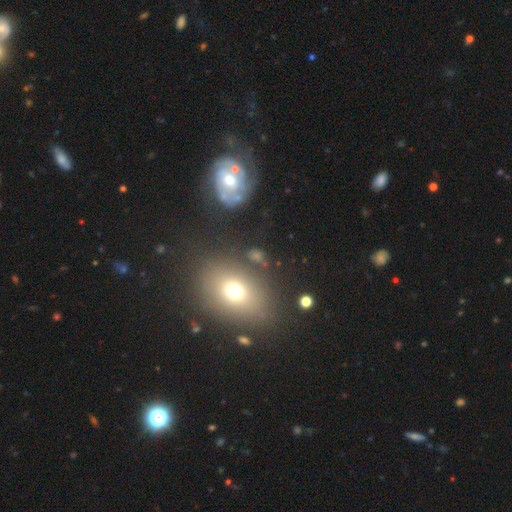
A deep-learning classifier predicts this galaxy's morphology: A smooth galaxy with no disk features (59%) that is in between round and cigar-shaped (60%). Merging: none (69%).